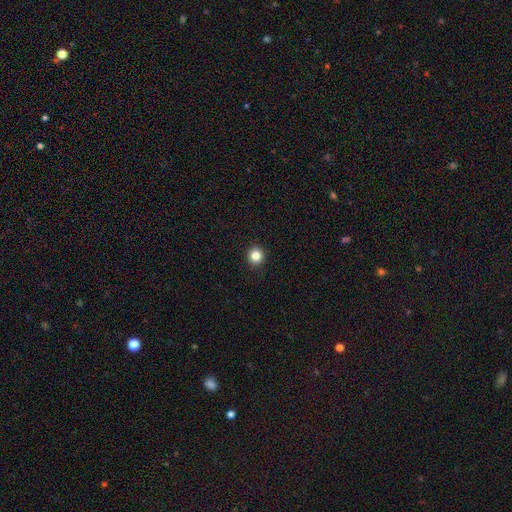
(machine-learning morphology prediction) smooth 84%, star or artifact 11%, featured or disk 4%. Down the decision tree: how rounded — round (93%); merging — none (93%).